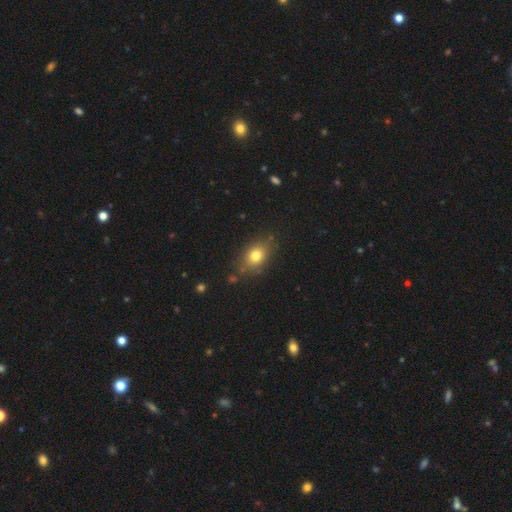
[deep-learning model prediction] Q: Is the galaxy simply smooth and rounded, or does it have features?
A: smooth — 77%.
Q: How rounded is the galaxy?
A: in between — 68%.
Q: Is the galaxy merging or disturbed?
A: none — 78%.